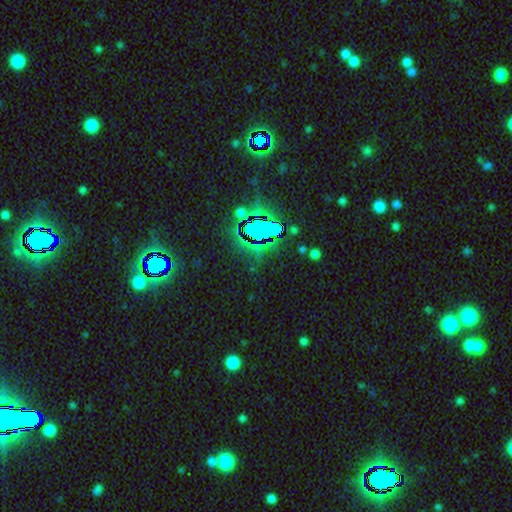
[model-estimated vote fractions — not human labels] This appears to be a star or artifact, not a galaxy (79%).